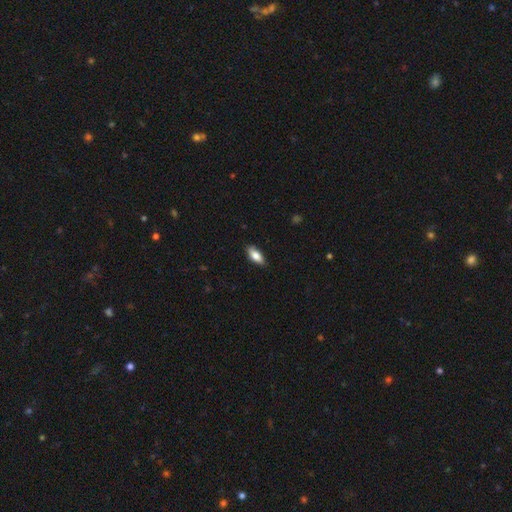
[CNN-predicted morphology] Smooth or featured? smooth (77%)
How rounded? in between (80%)
Merging? none (84%)